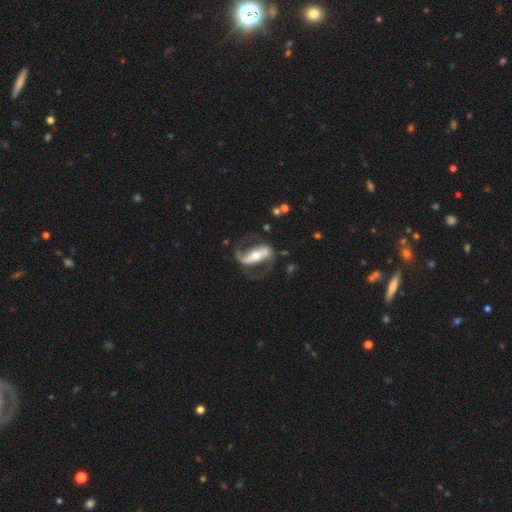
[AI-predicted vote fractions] The model was most divided on "spiral winding": loose: 44%, medium: 43%, tight: 13%. More confident: spiral arms — yes (92%); edge-on disk — no (90%); spiral arm count — 2 (90%); smooth or featured — featured or disk (87%); bar — strong (72%); merging — none (68%); bulge size — moderate (61%).